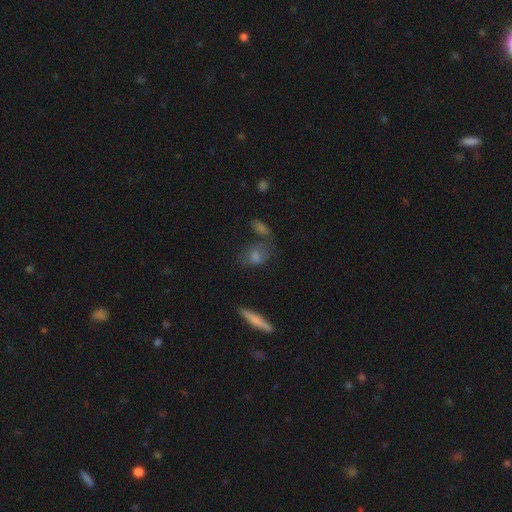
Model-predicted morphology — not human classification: smooth-or-featured: smooth: 58% | featured or disk: 25% | star or artifact: 17%
  how-rounded: in between: 61% | round: 31% | cigar-shaped: 9%
  merging: none: 56% | merger: 18% | minor disturbance: 17% | major disturbance: 9%